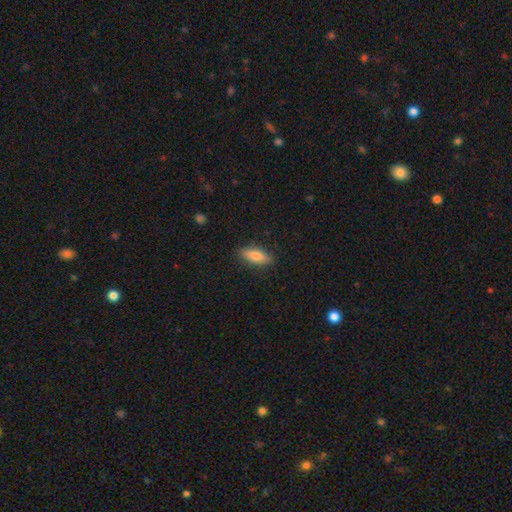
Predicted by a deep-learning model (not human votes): smooth 78%, featured or disk 16%, star or artifact 7%. Down the decision tree: how rounded — in between (67%); merging — none (87%).